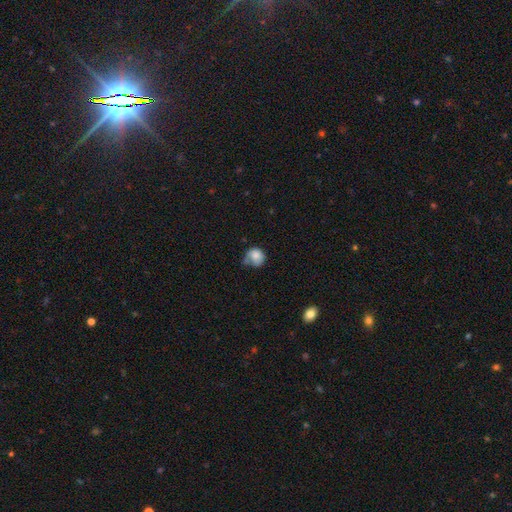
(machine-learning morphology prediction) Smooth or featured? Predicted: smooth (p=0.78). How rounded? Predicted: round (p=0.77). Merging? Predicted: none (p=0.40).